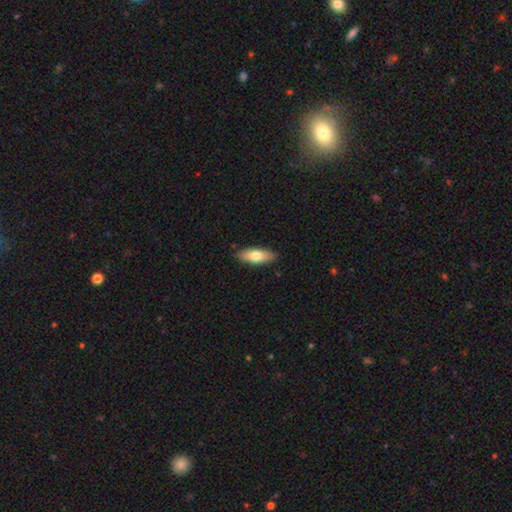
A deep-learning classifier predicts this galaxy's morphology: A smooth galaxy with no disk features (74%) that is in between round and cigar-shaped (72%).

Vote fractions:
- Smooth or featured? smooth: 74% / featured or disk: 20% / star or artifact: 6%
- How rounded? in between: 72% / cigar-shaped: 26% / round: 2%
- Merging? none: 88% / minor disturbance: 9% / major disturbance: 2% / merger: 1%